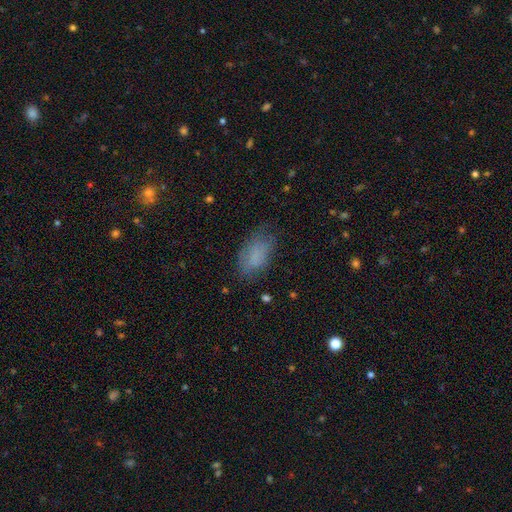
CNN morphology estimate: type=smooth (77%); roundness=in between (92%); merging=none (64%).